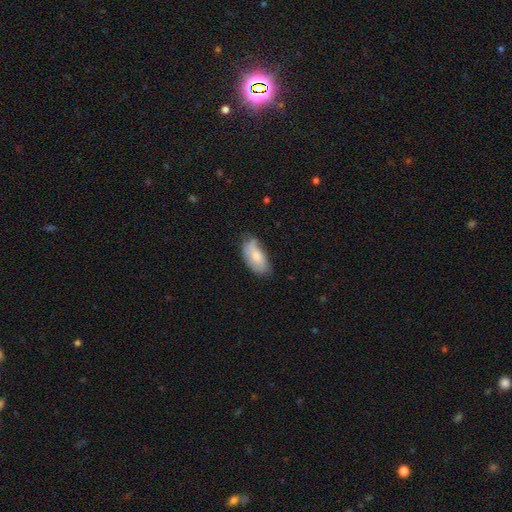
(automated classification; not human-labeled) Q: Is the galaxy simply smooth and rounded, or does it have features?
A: smooth — 72%.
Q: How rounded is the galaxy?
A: in between — 92%.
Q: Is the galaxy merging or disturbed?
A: none — 51%.